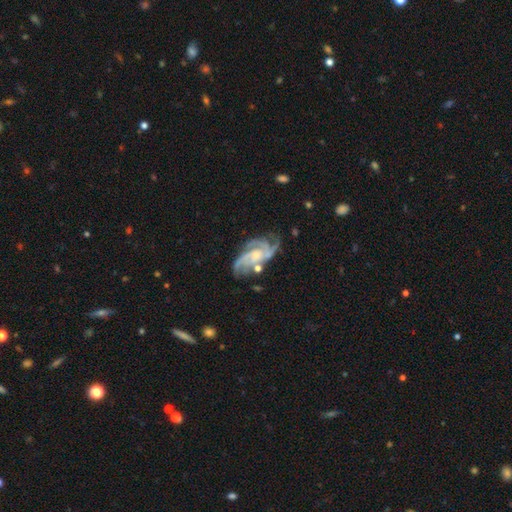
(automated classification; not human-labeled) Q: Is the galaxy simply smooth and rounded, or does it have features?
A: featured or disk — 88%.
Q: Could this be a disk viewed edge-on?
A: no — 97%.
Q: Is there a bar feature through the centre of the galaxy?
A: no — 59%.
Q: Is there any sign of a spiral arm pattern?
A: yes — 97%.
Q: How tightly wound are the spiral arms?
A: tight — 45%.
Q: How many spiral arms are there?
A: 3 — 40%.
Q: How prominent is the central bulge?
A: small — 49%.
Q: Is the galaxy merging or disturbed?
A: none — 59%.